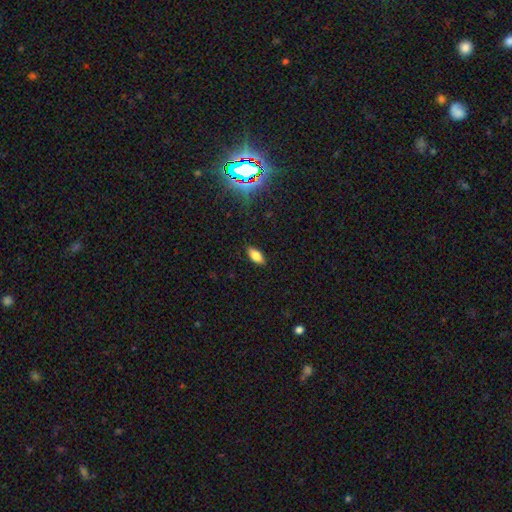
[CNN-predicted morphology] smooth-or-featured: smooth: 78% | featured or disk: 11% | star or artifact: 11%
  how-rounded: in between: 88% | cigar-shaped: 9% | round: 3%
  merging: none: 88% | minor disturbance: 9% | major disturbance: 2% | merger: 1%